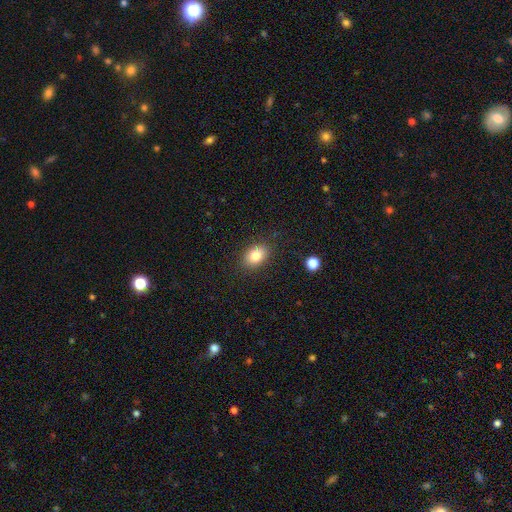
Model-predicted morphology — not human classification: The model was most divided on "how rounded": in between: 76%, round: 22%, cigar-shaped: 1%. More confident: merging — none (86%); smooth or featured — smooth (81%).